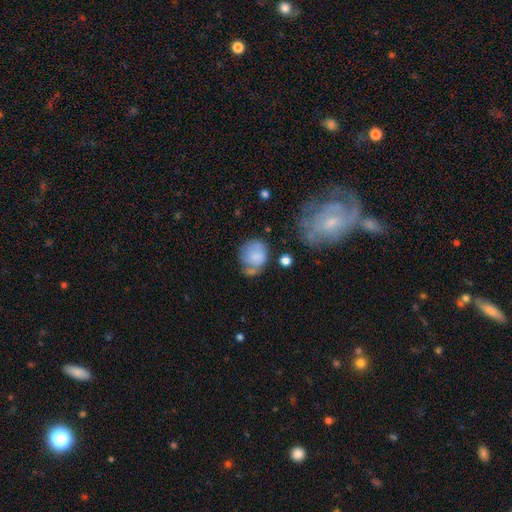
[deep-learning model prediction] smooth-or-featured: smooth: 75% | featured or disk: 17% | star or artifact: 8%
  how-rounded: round: 71% | in between: 28% | cigar-shaped: 1%
  merging: none: 40% | minor disturbance: 29% | major disturbance: 18% | merger: 13%